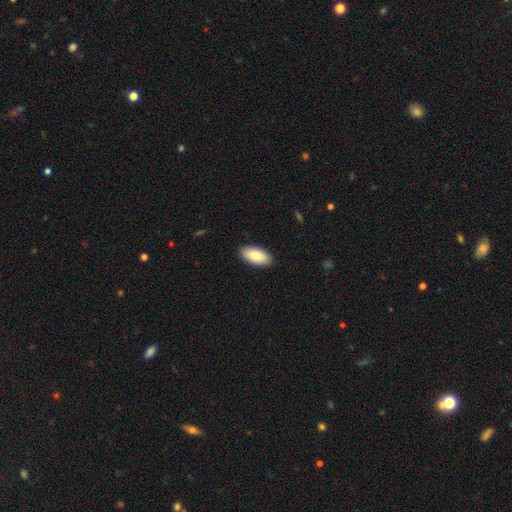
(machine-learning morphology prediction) Q: Smooth or featured?
A: smooth (85%); runner-up: featured or disk (9%)
Q: How rounded?
A: in between (94%); runner-up: cigar-shaped (5%)
Q: Merging?
A: none (90%); runner-up: minor disturbance (7%)